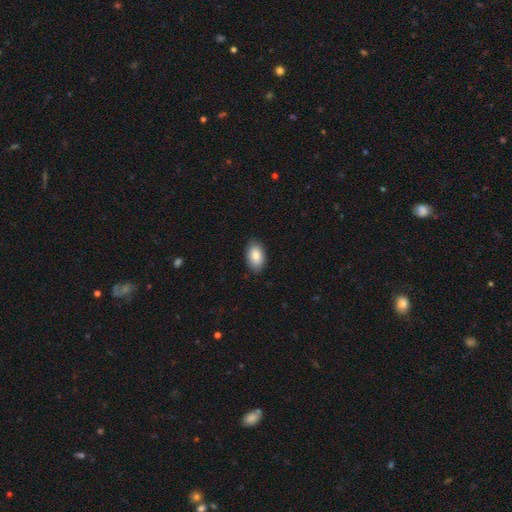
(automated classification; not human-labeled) This is clearly a smooth galaxy (87%). How rounded: clearly in between (92%). Merging: clearly none (86%).